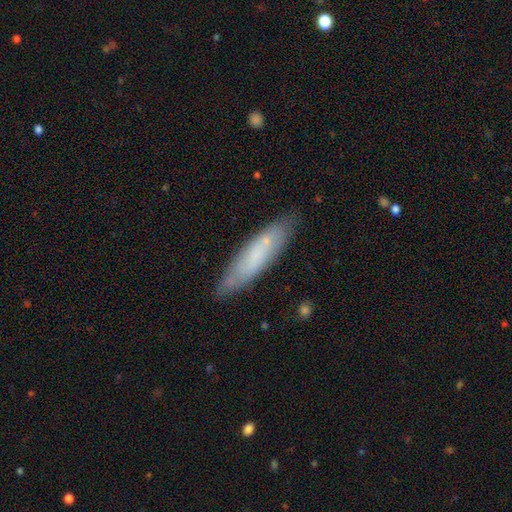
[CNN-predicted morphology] A smooth galaxy with no disk features (63%) that is cigar-shaped (73%). Merging: none (79%).